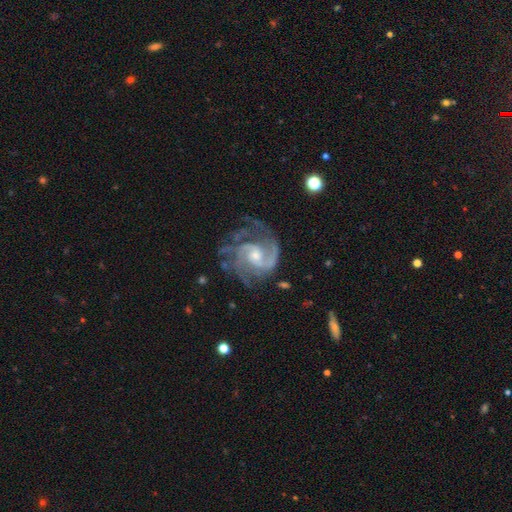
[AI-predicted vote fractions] This appears to be a featured or disk galaxy (91%) with no bar (57%), 2 (38%) medium (48%) spiral arms (98%) and a moderate central bulge (51%). Merging: none (64%).